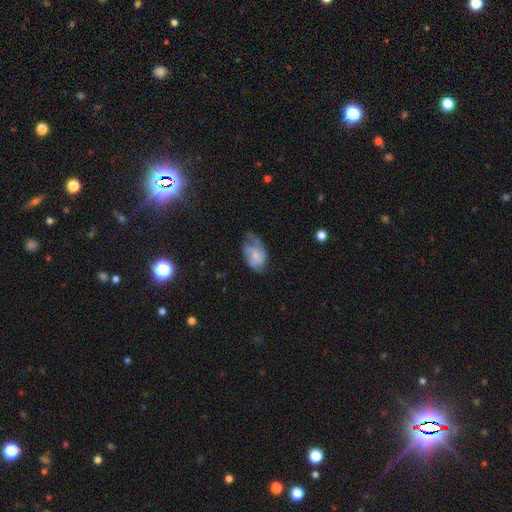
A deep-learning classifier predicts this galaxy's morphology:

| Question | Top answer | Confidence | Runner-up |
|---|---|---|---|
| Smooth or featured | featured or disk | 55% | smooth (38%) |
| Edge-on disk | no | 96% | yes (4%) |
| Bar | no | 63% | weak (32%) |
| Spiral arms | yes | 84% | no (16%) |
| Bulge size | small | 36% | moderate (29%) |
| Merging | none | 42% | minor disturbance (32%) |